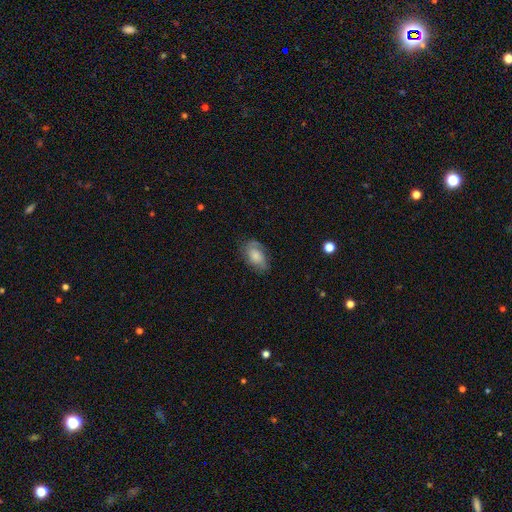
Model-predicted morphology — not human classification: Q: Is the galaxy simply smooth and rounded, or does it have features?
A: featured or disk — 47%.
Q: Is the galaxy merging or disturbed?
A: none — 66%.